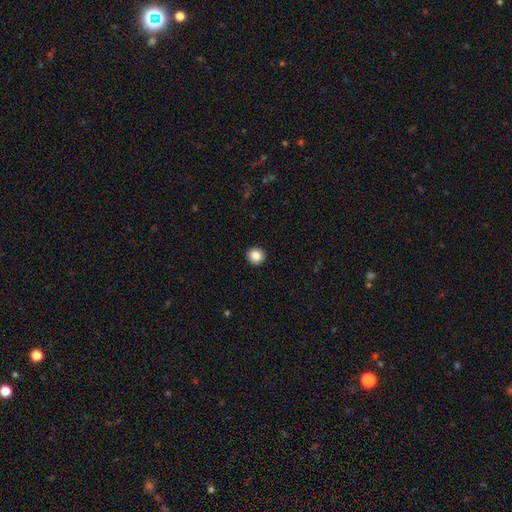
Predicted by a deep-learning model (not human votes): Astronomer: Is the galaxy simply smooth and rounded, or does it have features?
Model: smooth — 86%.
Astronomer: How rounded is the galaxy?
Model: round — 95%.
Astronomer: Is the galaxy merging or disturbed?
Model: none — 94%.